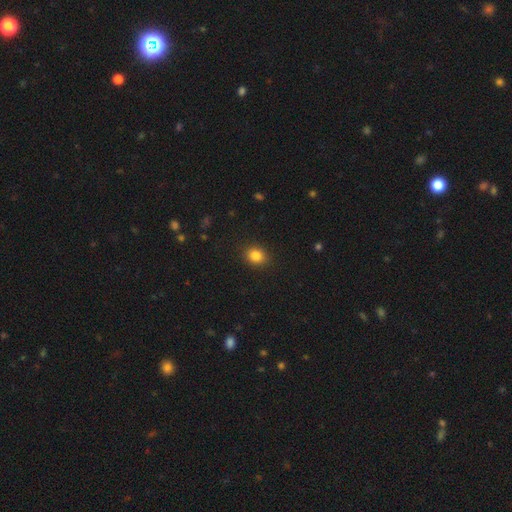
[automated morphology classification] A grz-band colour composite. It shows a smooth galaxy with no disk features (84%) that is round (66%). Merging: none (89%).